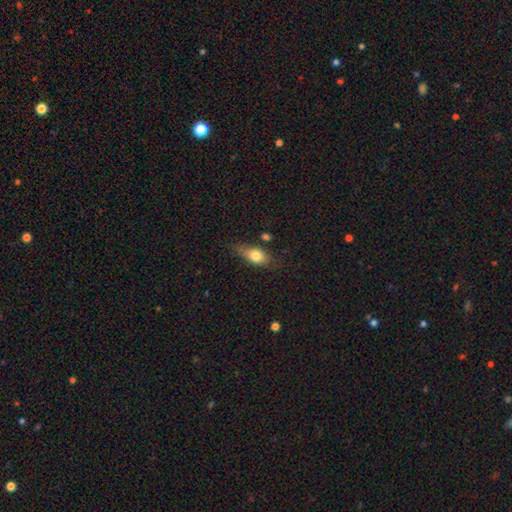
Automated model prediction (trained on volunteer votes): smooth 75%, featured or disk 17%, star or artifact 8%. Down the decision tree: how rounded — in between (78%); merging — none (60%).